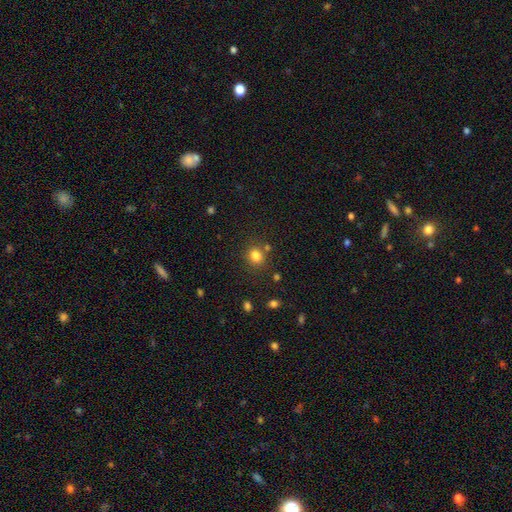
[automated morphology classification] Smooth or featured?
  - smooth: 81% *
  - star or artifact: 13%
  - featured or disk: 6%
How rounded?
  - round: 77% *
  - in between: 22%
  - cigar-shaped: 1%
Merging?
  - none: 77% *
  - minor disturbance: 10%
  - merger: 9%
  - major disturbance: 4%